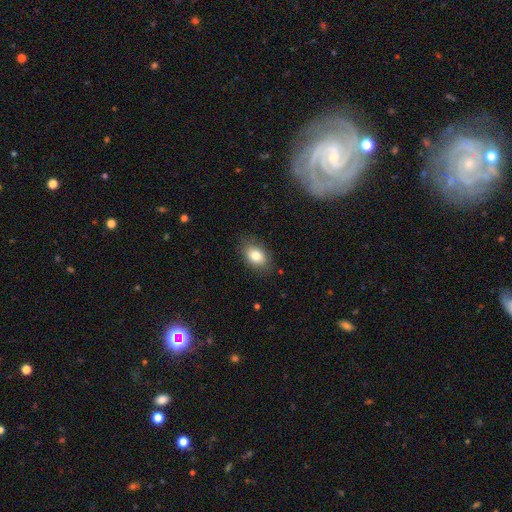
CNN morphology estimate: This appears to be a smooth galaxy with no disk features (80%) that is in between round and cigar-shaped (81%). Merging: none (83%).